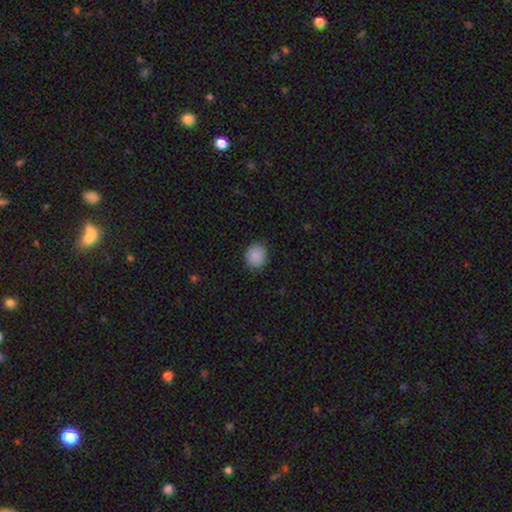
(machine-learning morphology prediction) Q: Smooth or featured?
A: smooth (88%); runner-up: star or artifact (8%)
Q: How rounded?
A: round (81%); runner-up: in between (18%)
Q: Merging?
A: none (87%); runner-up: minor disturbance (10%)